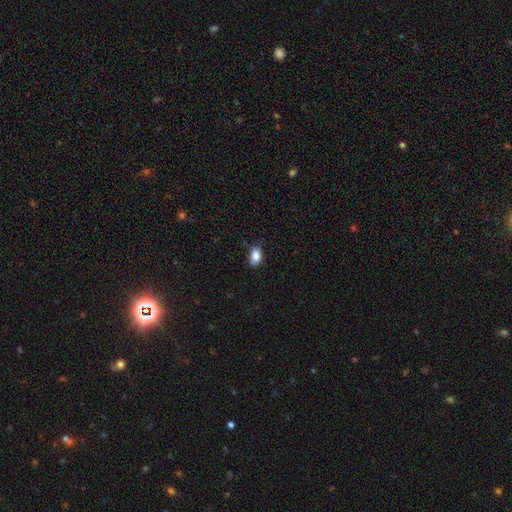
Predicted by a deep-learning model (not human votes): smooth-or-featured: smooth: 86% | star or artifact: 8% | featured or disk: 6%
  how-rounded: in between: 86% | round: 12% | cigar-shaped: 2%
  merging: none: 74% | minor disturbance: 21% | major disturbance: 3% | merger: 1%